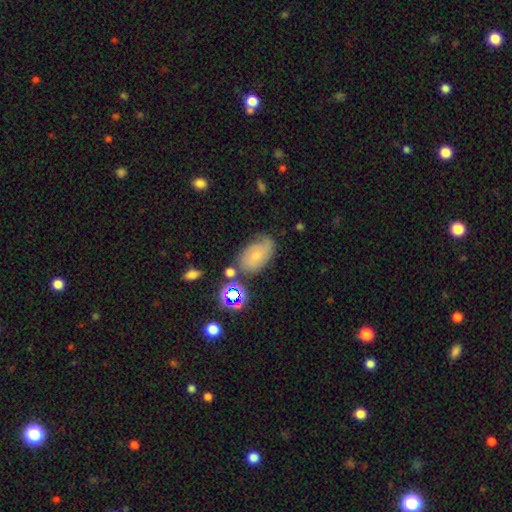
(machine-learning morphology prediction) Smooth or featured? smooth (48%)
Merging? none (56%)